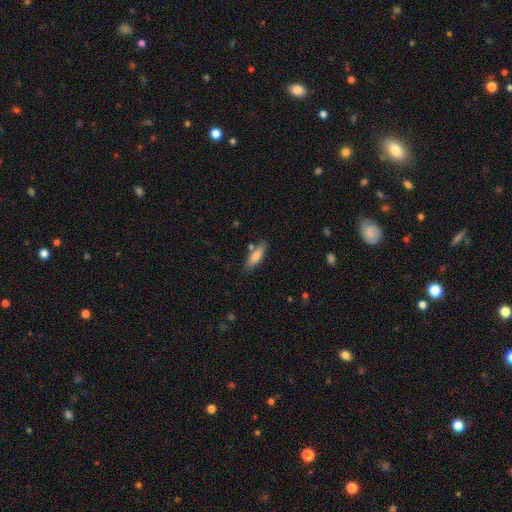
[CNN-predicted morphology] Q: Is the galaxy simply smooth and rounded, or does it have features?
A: smooth — 79%.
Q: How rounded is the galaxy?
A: in between — 52%.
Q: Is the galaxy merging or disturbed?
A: none — 76%.